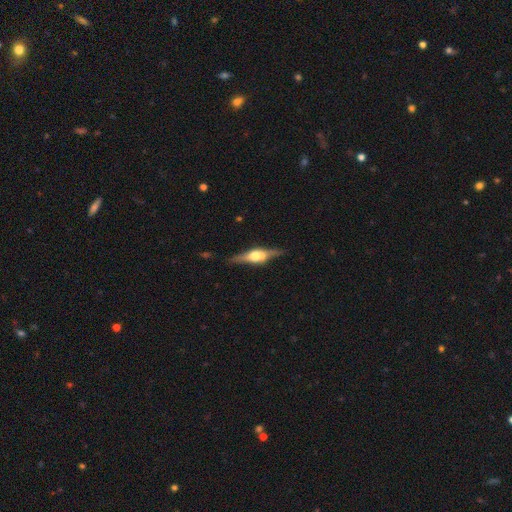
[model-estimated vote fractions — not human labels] A featured or disk galaxy (74%) viewed edge-on (96%) with a rounded central bulge (91%).

Vote fractions:
- Smooth or featured? featured or disk: 74% / smooth: 20% / star or artifact: 6%
- Edge-on disk? yes: 96% / no: 4%
- Edge-on bulge? rounded: 91% / boxy: 7% / none: 2%
- Merging? none: 80% / minor disturbance: 13% / merger: 4% / major disturbance: 3%